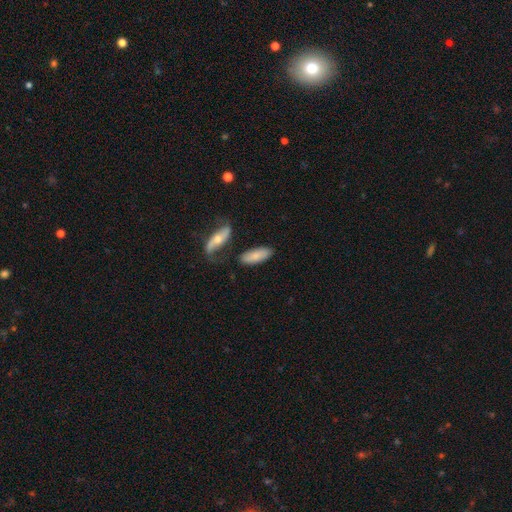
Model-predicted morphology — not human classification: smooth 77%, featured or disk 17%, star or artifact 6%. Down the decision tree: how rounded — in between (73%); merging — none (73%).